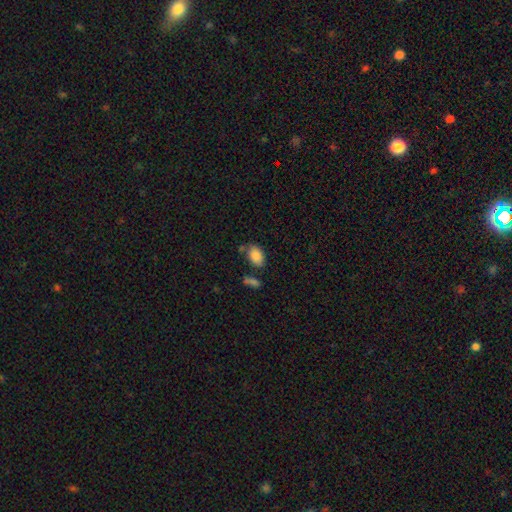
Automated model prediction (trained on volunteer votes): Smooth or featured? smooth (86%)
How rounded? in between (88%)
Merging? none (65%)